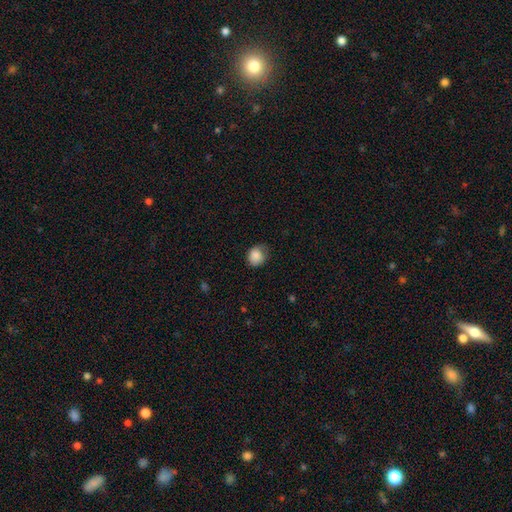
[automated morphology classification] Q: Smooth or featured?
A: smooth (86%); runner-up: star or artifact (8%)
Q: How rounded?
A: round (67%); runner-up: in between (32%)
Q: Merging?
A: none (59%); runner-up: minor disturbance (32%)